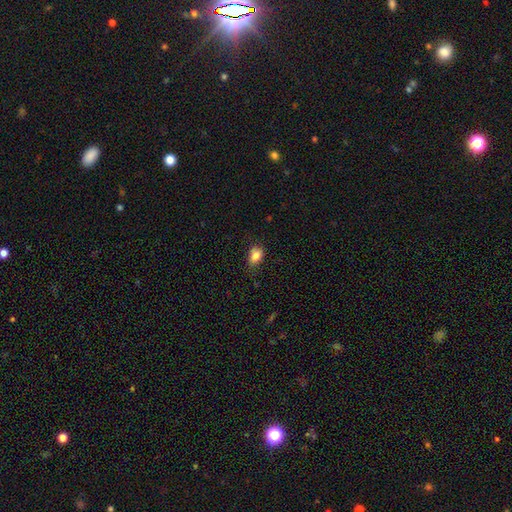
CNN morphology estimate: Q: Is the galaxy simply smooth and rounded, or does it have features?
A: smooth — 82%.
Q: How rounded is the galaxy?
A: in between — 82%.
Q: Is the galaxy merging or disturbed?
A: none — 70%.